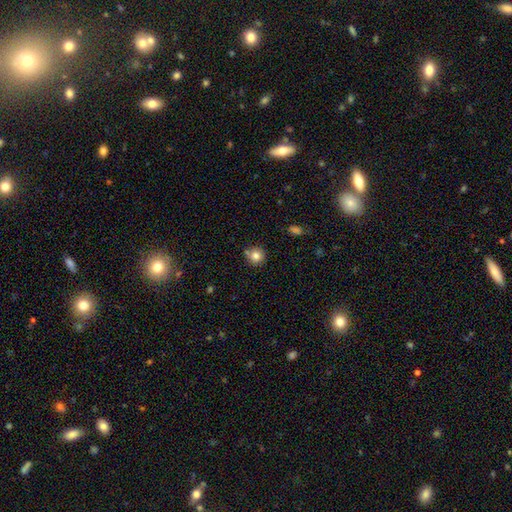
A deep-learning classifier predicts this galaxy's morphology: smooth 81%, star or artifact 11%, featured or disk 8%. Down the decision tree: how rounded — round (93%); merging — none (75%).